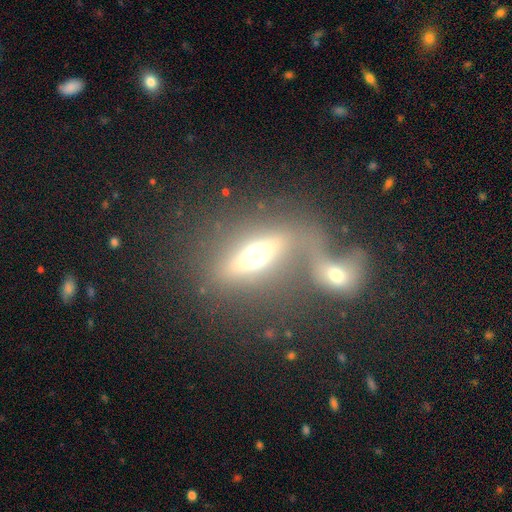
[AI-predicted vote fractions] Smooth or featured?
  - featured or disk: 56% *
  - smooth: 35%
  - star or artifact: 9%
Edge-on disk?
  - yes: 74% *
  - no: 26%
Merging?
  - merger: 49% *
  - none: 34%
  - minor disturbance: 9%
  - major disturbance: 8%